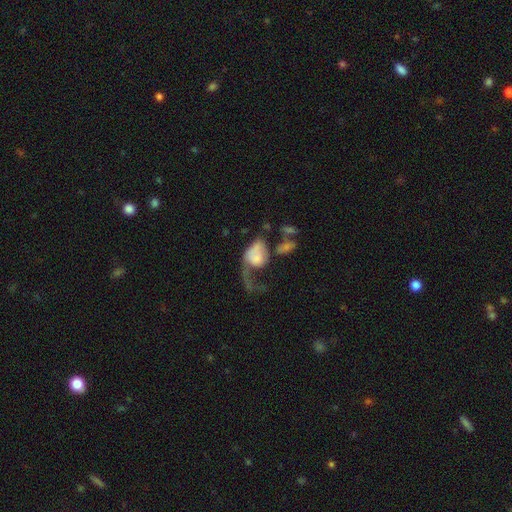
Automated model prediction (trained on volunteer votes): Overall: smooth (56%; featured or disk 35%). How rounded: in between (63%; round 35%). Merging: major disturbance (58%; merger 19%).